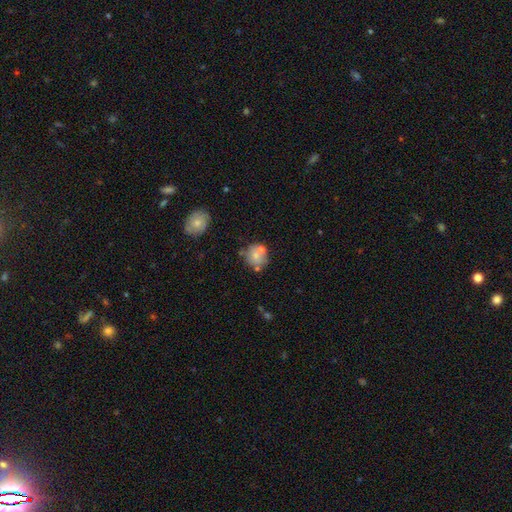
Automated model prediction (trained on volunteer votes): smooth-or-featured: smooth: 65% | featured or disk: 25% | star or artifact: 10%
  how-rounded: round: 79% | in between: 20% | cigar-shaped: 1%
  merging: none: 55% | merger: 23% | minor disturbance: 15% | major disturbance: 6%